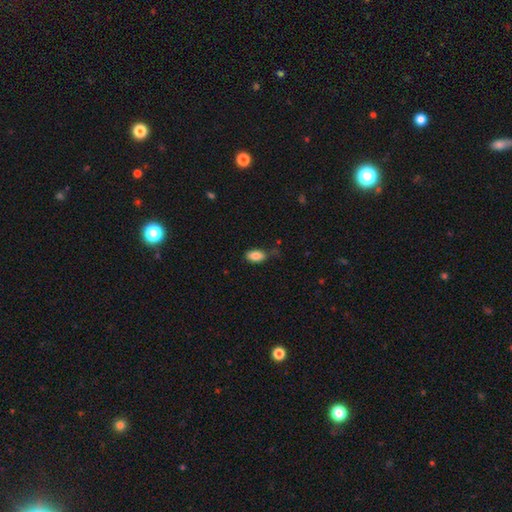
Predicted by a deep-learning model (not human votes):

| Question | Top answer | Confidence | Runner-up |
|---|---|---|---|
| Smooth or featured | smooth | 86% | star or artifact (8%) |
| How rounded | in between | 92% | round (5%) |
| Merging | none | 69% | minor disturbance (23%) |